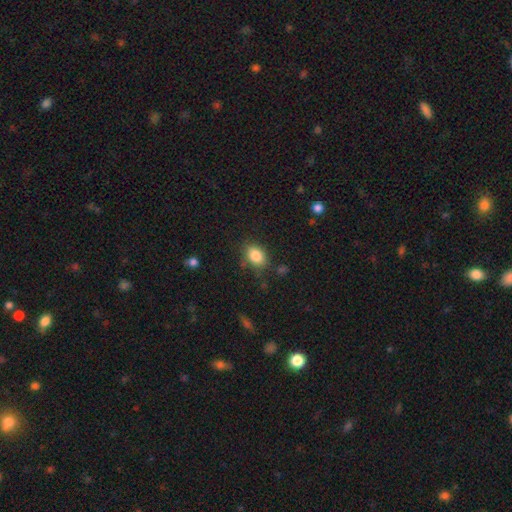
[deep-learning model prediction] Q: Smooth or featured?
A: smooth (84%); runner-up: star or artifact (9%)
Q: How rounded?
A: in between (72%); runner-up: round (27%)
Q: Merging?
A: none (77%); runner-up: minor disturbance (16%)